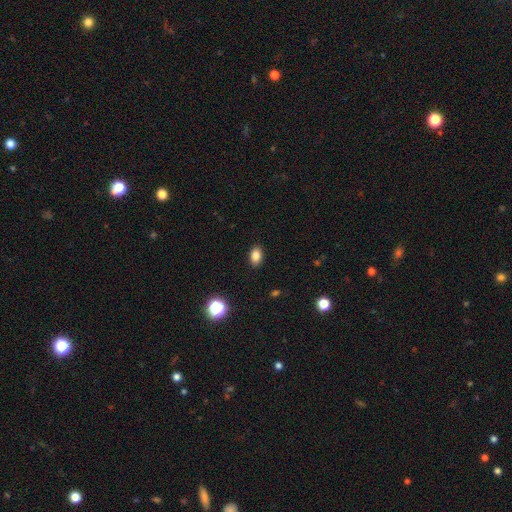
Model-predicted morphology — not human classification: smooth-or-featured: smooth: 83% | star or artifact: 11% | featured or disk: 6%
  how-rounded: in between: 83% | round: 15% | cigar-shaped: 1%
  merging: none: 89% | minor disturbance: 8% | major disturbance: 2% | merger: 1%